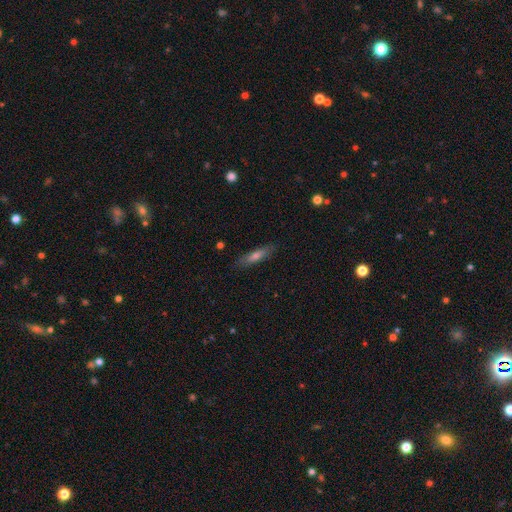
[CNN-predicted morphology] smooth 58%, featured or disk 34%, star or artifact 8%. Down the decision tree: how rounded — cigar-shaped (79%); merging — none (86%).